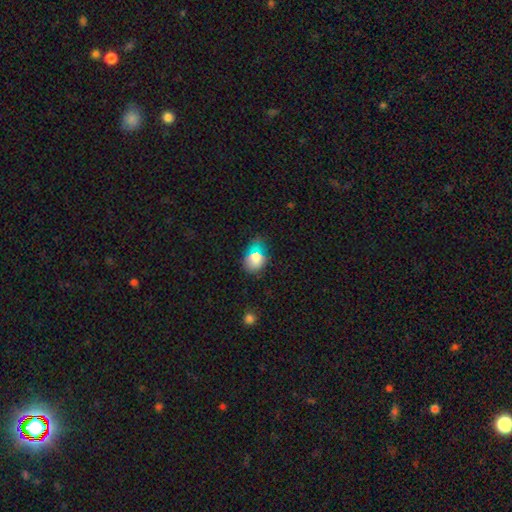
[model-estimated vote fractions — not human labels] smooth 75%, star or artifact 17%, featured or disk 8%. Down the decision tree: how rounded — in between (71%); merging — none (68%).